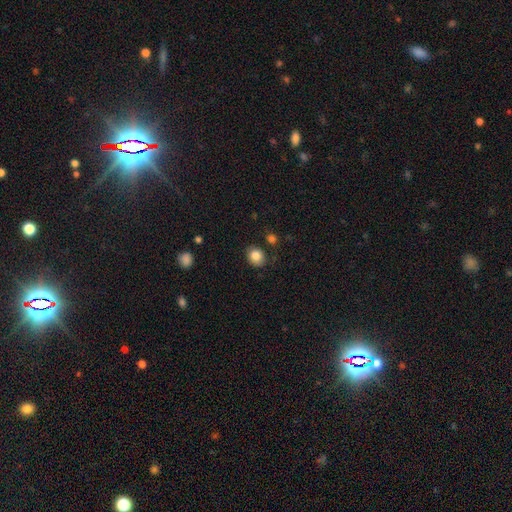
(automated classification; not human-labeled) Smooth or featured: smooth — 84% (star or artifact — 9%)
How rounded: round — 66% (in between — 33%)
Merging: none — 82% (minor disturbance — 11%)